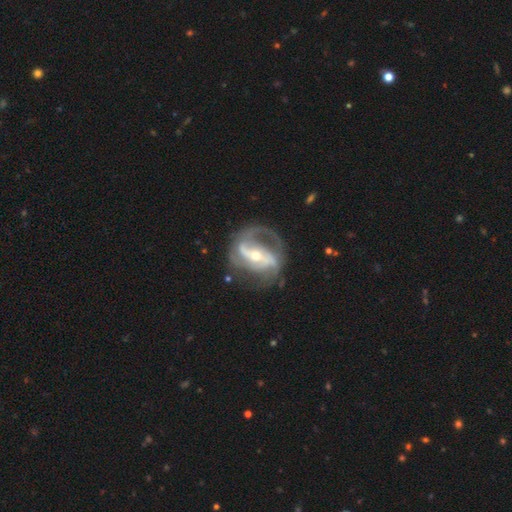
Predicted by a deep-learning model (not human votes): smooth-or-featured: featured or disk: 88% | smooth: 6% | star or artifact: 5%
  disk-edge-on: no: 97% | yes: 3%
    bar: strong: 50% | weak: 30% | no: 20%
    has-spiral-arms: yes: 94% | no: 6%
      spiral-winding: medium: 47% | loose: 33% | tight: 20%
      spiral-arm-count: 2: 66% | 3: 11% | can't tell: 10% | 1: 8% | 4: 3% | more than 4: 2%
    bulge-size: small: 53% | moderate: 43% | large: 2% | none: 1% | dominant: 1%
  merging: none: 59% | major disturbance: 20% | minor disturbance: 19% | merger: 2%